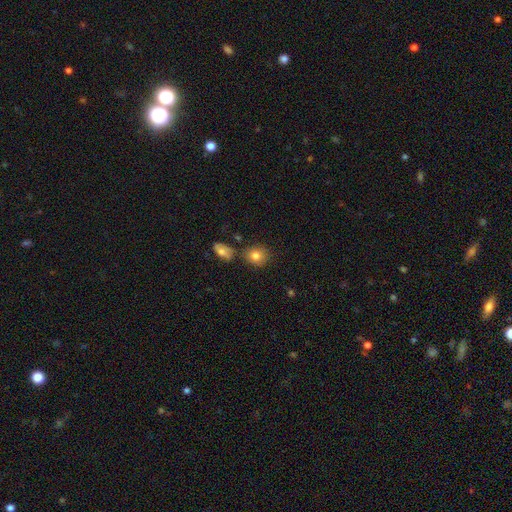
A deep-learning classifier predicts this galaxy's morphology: This is clearly a smooth galaxy (81%). How rounded: likely round (73%). Merging: likely none (74%).